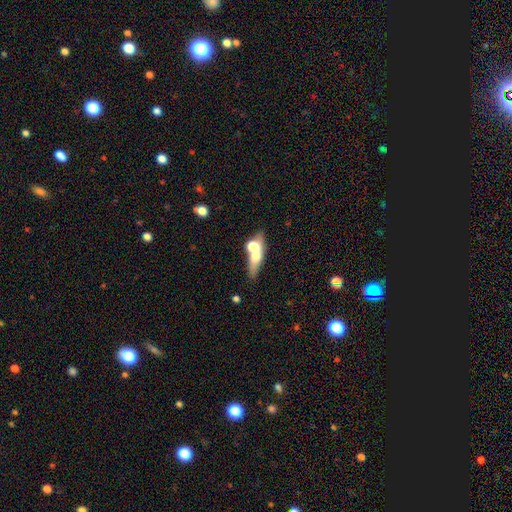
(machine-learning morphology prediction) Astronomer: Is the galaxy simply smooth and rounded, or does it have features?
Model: smooth — 54% (runner-up: featured or disk, 36%).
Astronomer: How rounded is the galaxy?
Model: cigar-shaped — 44% (runner-up: in between, 40%).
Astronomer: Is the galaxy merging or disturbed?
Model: none — 47% (runner-up: merger, 34%).